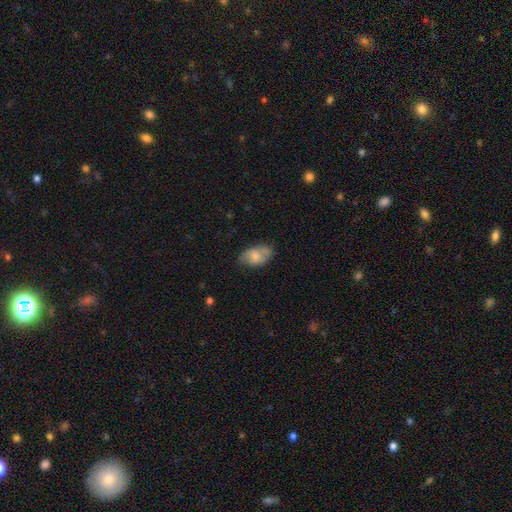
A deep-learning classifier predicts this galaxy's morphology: This appears to be a smooth galaxy with no disk features (58%) that is in between round and cigar-shaped (90%). Merging: none (63%).